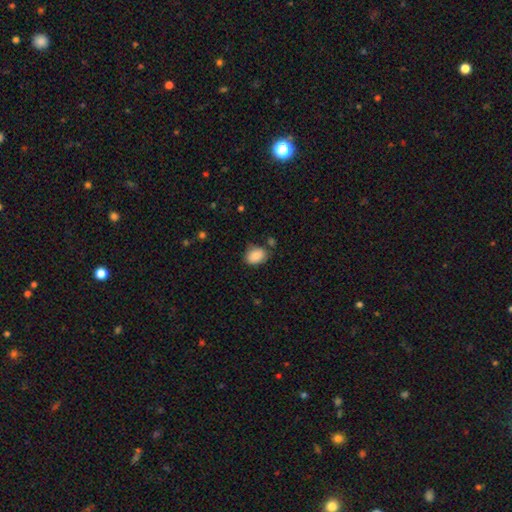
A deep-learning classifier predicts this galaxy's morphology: This is clearly a smooth galaxy (88%). How rounded: likely in between (75%). Merging: likely none (71%).